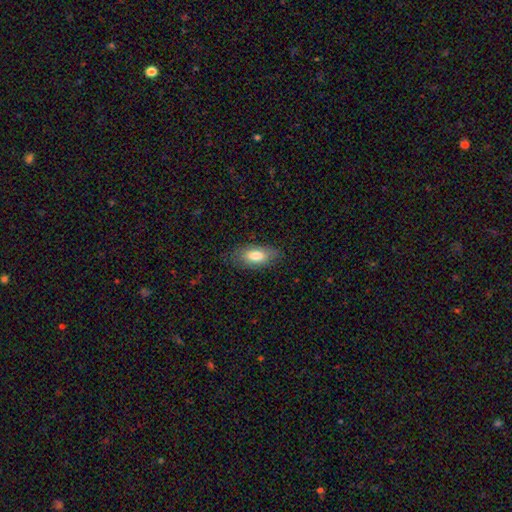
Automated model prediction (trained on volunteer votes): The model was most divided on "smooth or featured": smooth: 78%, featured or disk: 15%, star or artifact: 7%. More confident: how rounded — in between (87%); merging — none (79%).